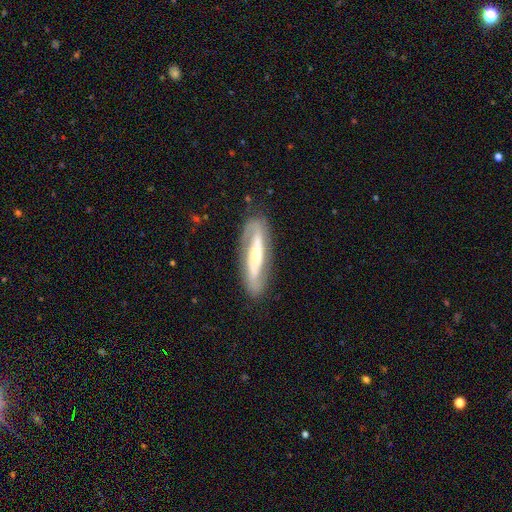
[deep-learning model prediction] The model was most divided on "bar": strong: 45%, no: 34%, weak: 21%. More confident: merging — none (80%); smooth or featured — featured or disk (75%); spiral arms — yes (73%); edge-on disk — no (71%); bulge size — moderate (50%).